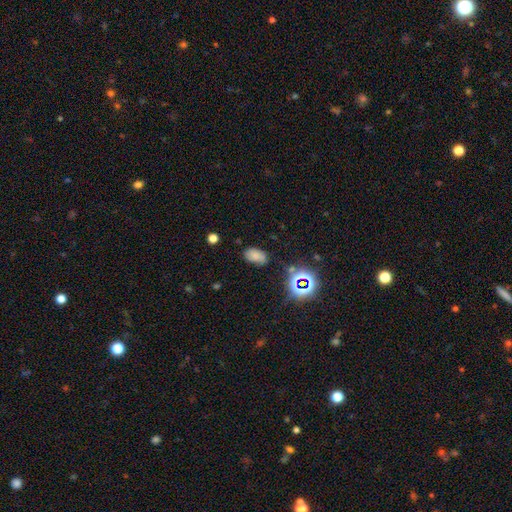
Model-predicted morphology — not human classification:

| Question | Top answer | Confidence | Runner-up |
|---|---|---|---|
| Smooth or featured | smooth | 70% | star or artifact (20%) |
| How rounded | in between | 90% | round (8%) |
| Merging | none | 72% | minor disturbance (20%) |